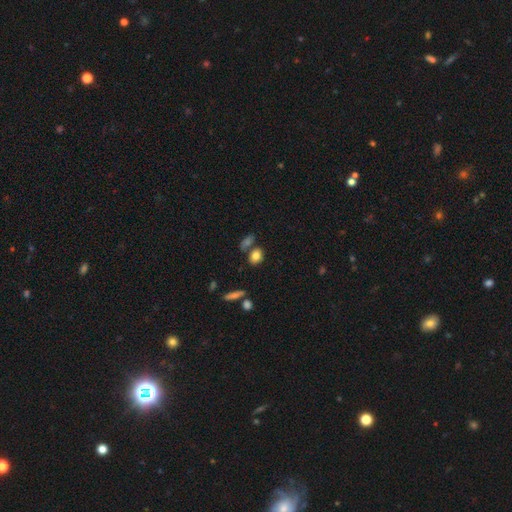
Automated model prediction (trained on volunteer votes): Smooth or featured? smooth (81%)
How rounded? in between (62%)
Merging? none (65%)